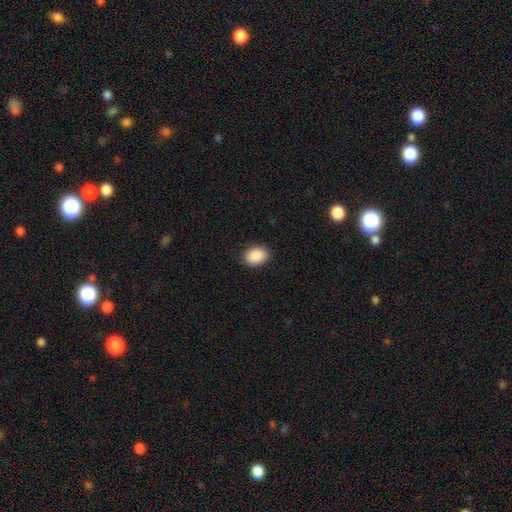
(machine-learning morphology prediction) Smooth or featured? Predicted: smooth (p=0.90). How rounded? Predicted: in between (p=0.71). Merging? Predicted: none (p=0.88).